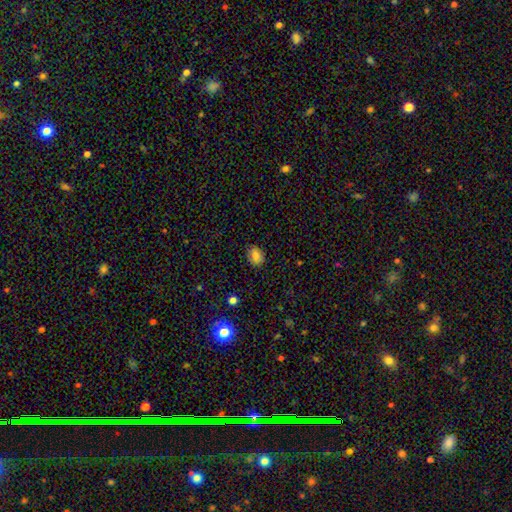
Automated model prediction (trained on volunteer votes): Smooth or featured: smooth — 81% (star or artifact — 10%)
How rounded: in between — 53% (round — 46%)
Merging: none — 85% (minor disturbance — 12%)